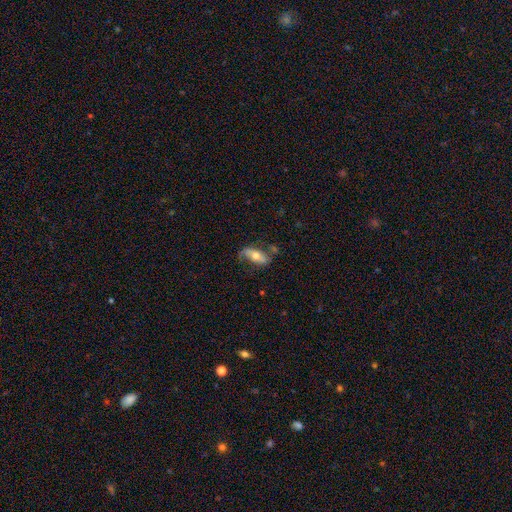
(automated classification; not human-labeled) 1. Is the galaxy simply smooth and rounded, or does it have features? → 52% featured or disk, 41% smooth, 7% star or artifact.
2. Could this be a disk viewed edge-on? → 81% no, 19% yes.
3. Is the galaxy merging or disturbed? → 57% none, 25% minor disturbance, 13% major disturbance, 5% merger.